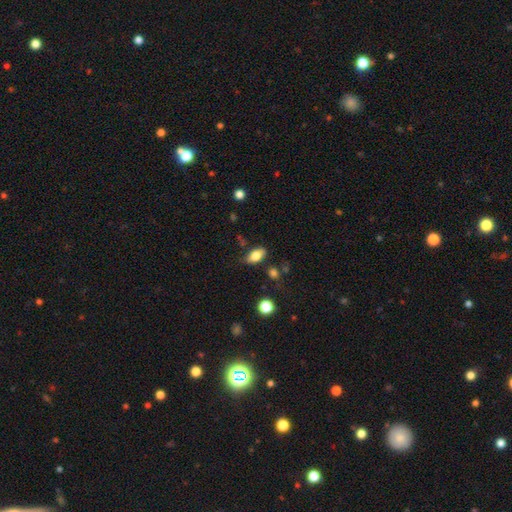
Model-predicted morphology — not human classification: smooth 78%, featured or disk 14%, star or artifact 8%. Down the decision tree: how rounded — in between (89%); merging — none (72%).